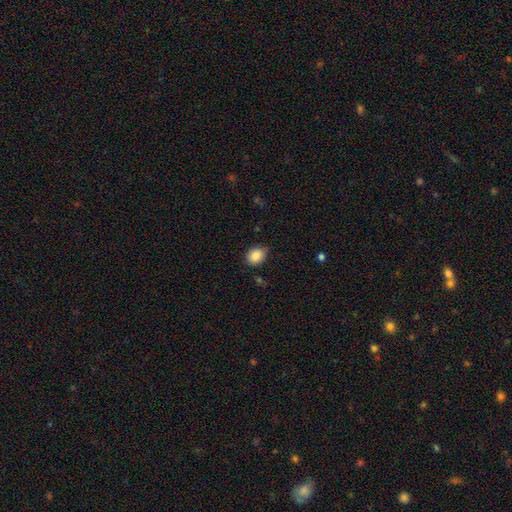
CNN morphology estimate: A smooth galaxy with no disk features (88%) that is in between round and cigar-shaped (59%).

Vote fractions:
- Smooth or featured? smooth: 88% / star or artifact: 8% / featured or disk: 4%
- How rounded? in between: 59% / round: 40% / cigar-shaped: 1%
- Merging? none: 76% / minor disturbance: 19% / major disturbance: 3% / merger: 2%